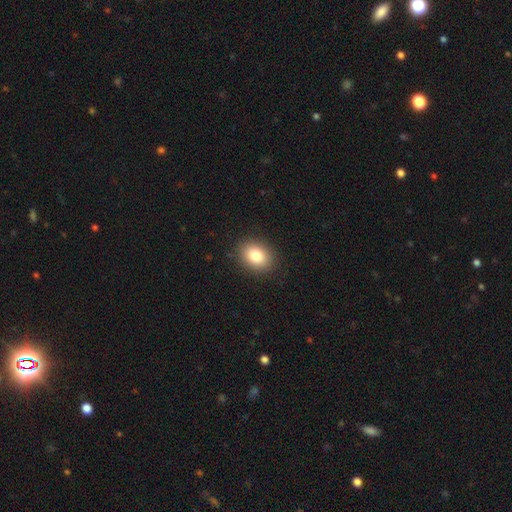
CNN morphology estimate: Smooth or featured? Predicted: smooth (p=0.84). How rounded? Predicted: in between (p=0.68). Merging? Predicted: none (p=0.88).